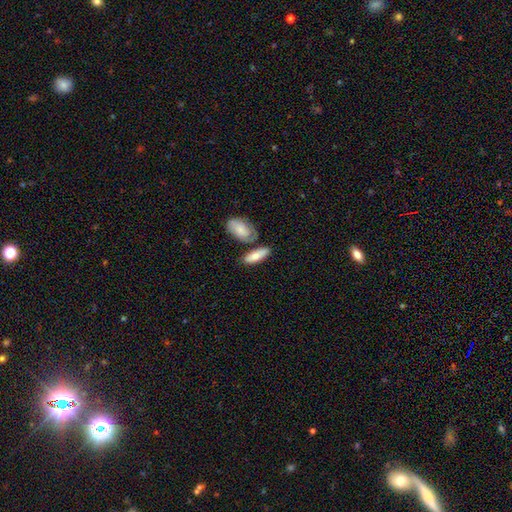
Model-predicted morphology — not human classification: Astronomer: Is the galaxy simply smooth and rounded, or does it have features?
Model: smooth — 76%.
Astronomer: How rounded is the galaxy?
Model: in between — 69%.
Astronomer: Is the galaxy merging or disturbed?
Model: none — 60%.